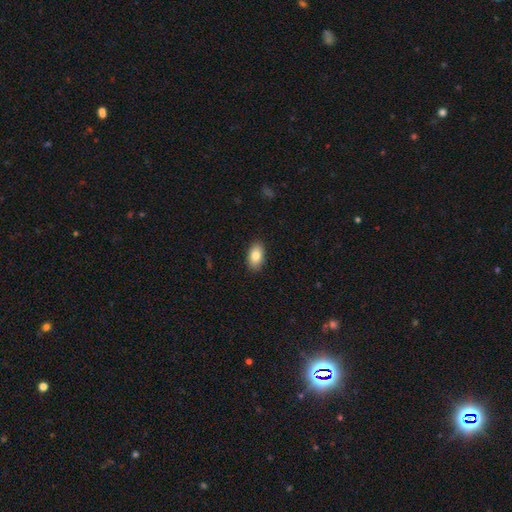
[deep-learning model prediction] This appears to be a smooth galaxy with no disk features (85%) that is in between round and cigar-shaped (93%). Merging: none (89%).